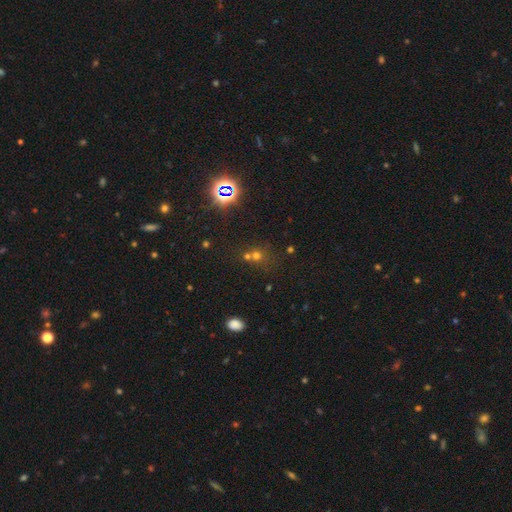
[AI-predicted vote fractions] Smooth or featured: star or artifact — 45% (smooth — 43%)